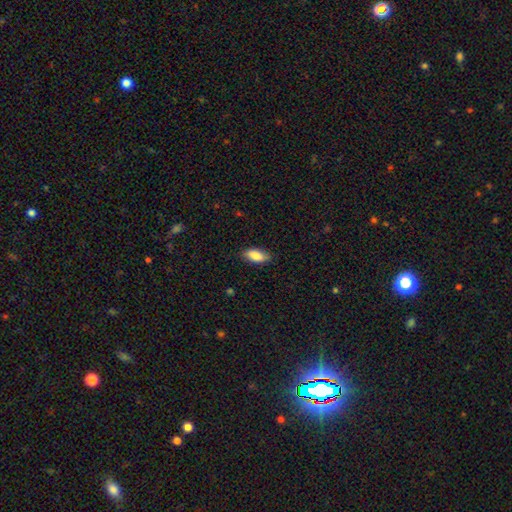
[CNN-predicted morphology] This appears to be a smooth galaxy with no disk features (87%) that is in between round and cigar-shaped (86%). Merging: none (84%).